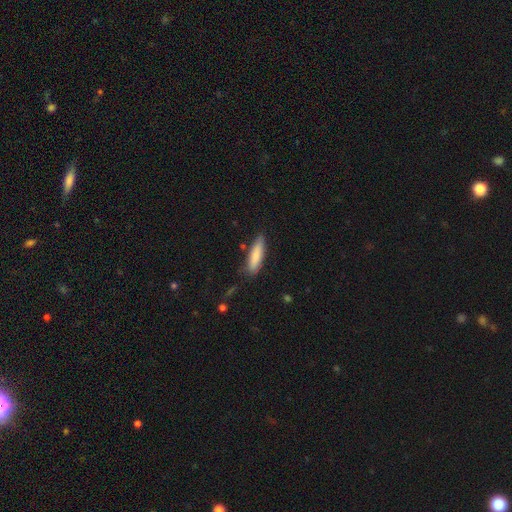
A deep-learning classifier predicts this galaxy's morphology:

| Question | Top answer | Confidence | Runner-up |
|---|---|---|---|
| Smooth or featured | smooth | 83% | featured or disk (11%) |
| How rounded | cigar-shaped | 68% | in between (30%) |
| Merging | none | 78% | minor disturbance (16%) |